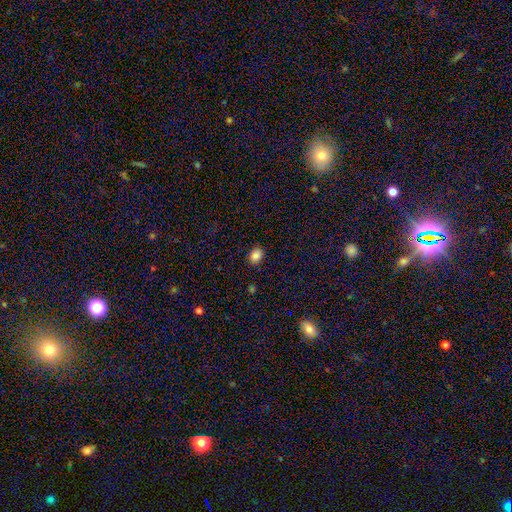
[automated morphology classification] A smooth galaxy with no disk features (86%) that is in between round and cigar-shaped (65%). Merging: none (89%).